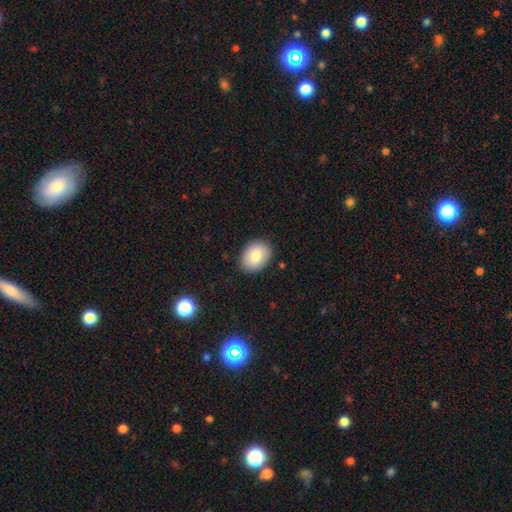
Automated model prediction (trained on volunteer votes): Smooth or featured?
  - smooth: 80% *
  - featured or disk: 13%
  - star or artifact: 7%
How rounded?
  - in between: 66% *
  - round: 33%
  - cigar-shaped: 1%
Merging?
  - none: 87% *
  - minor disturbance: 10%
  - major disturbance: 2%
  - merger: 1%